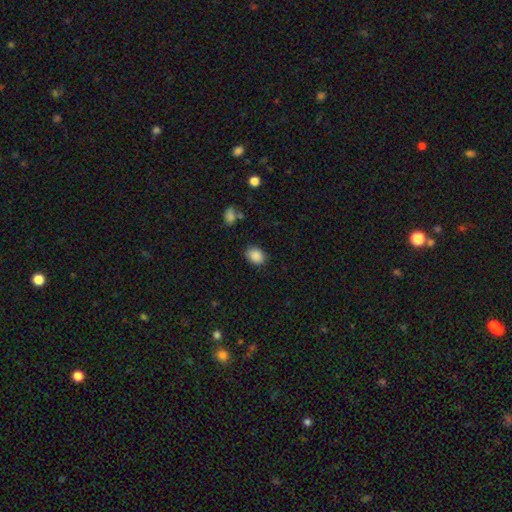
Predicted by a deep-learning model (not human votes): A smooth galaxy with no disk features (88%) that is in between round and cigar-shaped (69%).

Vote fractions:
- Smooth or featured? smooth: 88% / star or artifact: 8% / featured or disk: 4%
- How rounded? in between: 69% / round: 30% / cigar-shaped: 1%
- Merging? none: 84% / minor disturbance: 11% / major disturbance: 3% / merger: 2%